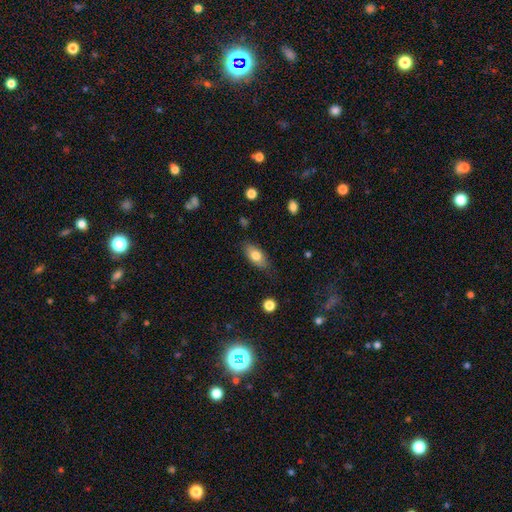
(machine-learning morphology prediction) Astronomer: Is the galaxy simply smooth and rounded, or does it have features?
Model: smooth — 76%.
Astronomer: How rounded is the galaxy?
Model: in between — 86%.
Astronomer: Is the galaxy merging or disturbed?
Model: none — 78%.